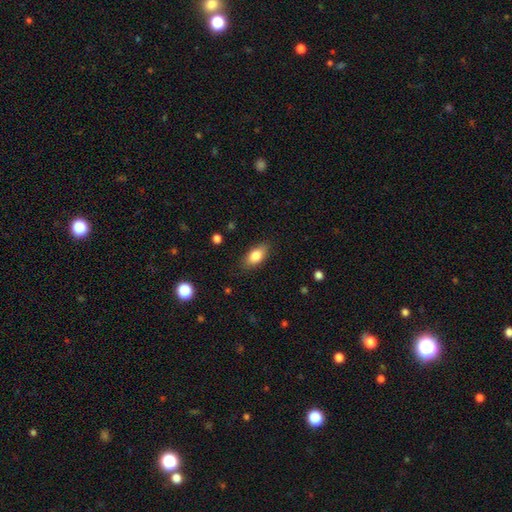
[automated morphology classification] smooth 82%, featured or disk 10%, star or artifact 7%. Down the decision tree: how rounded — in between (88%); merging — none (83%).